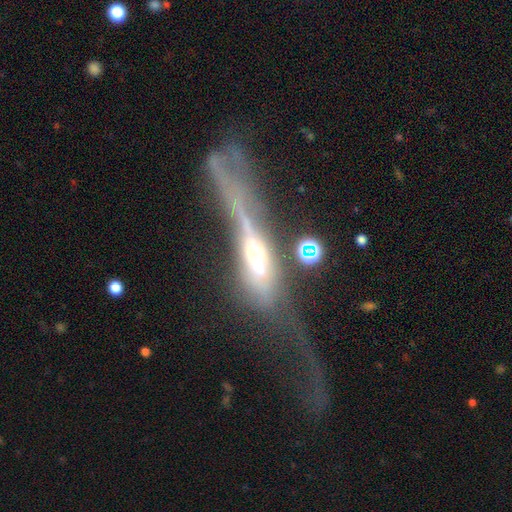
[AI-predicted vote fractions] Smooth or featured: featured or disk — 65% (smooth — 25%)
Edge-on disk: yes — 59% (no — 41%)
Merging: major disturbance — 55% (merger — 20%)